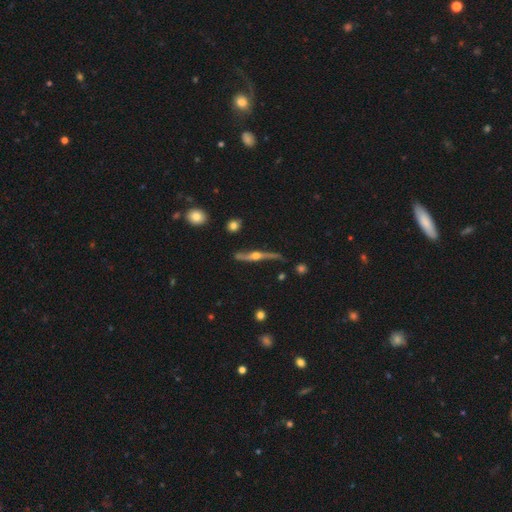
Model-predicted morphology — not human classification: A featured or disk galaxy (84%) viewed edge-on (84%) with a rounded central bulge (94%). Merging: none (67%).